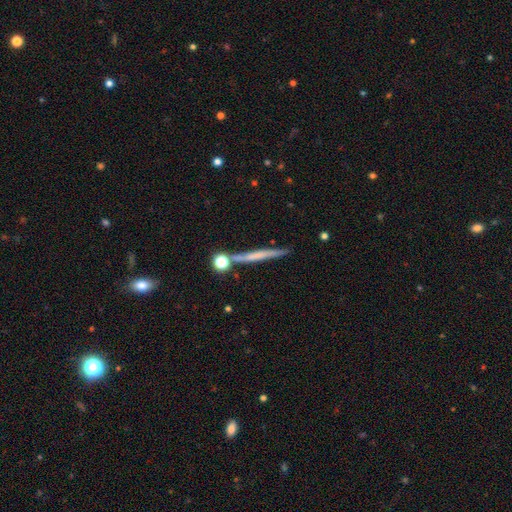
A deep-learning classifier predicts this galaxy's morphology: The model was most divided on "smooth or featured": featured or disk: 48%, smooth: 44%, star or artifact: 8%. More confident: merging — none (81%).